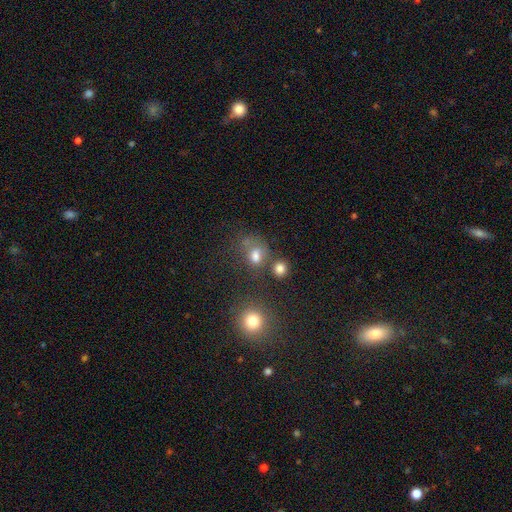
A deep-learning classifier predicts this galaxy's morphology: smooth 71%, star or artifact 17%, featured or disk 11%. Down the decision tree: how rounded — round (52%); merging — none (45%).